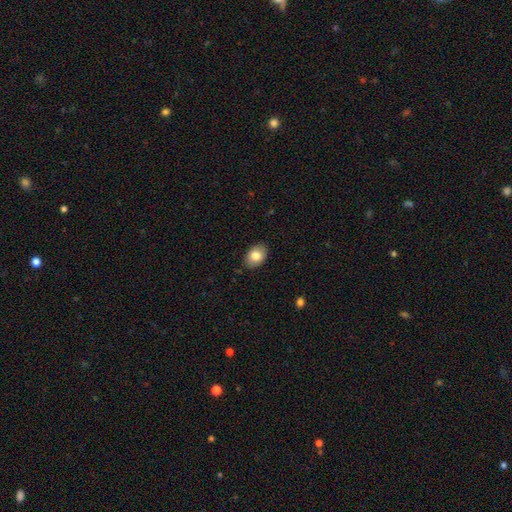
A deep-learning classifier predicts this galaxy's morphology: Q: Smooth or featured?
A: smooth (82%); runner-up: featured or disk (11%)
Q: How rounded?
A: in between (82%); runner-up: round (17%)
Q: Merging?
A: none (87%); runner-up: minor disturbance (10%)